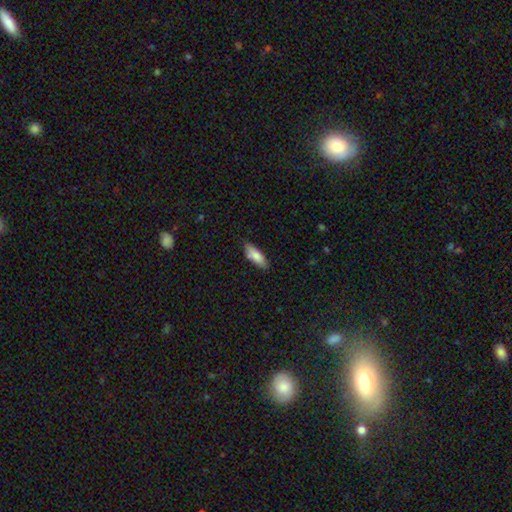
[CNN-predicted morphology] This appears to be a smooth galaxy with no disk features (80%) that is in between round and cigar-shaped (63%). Merging: none (79%).